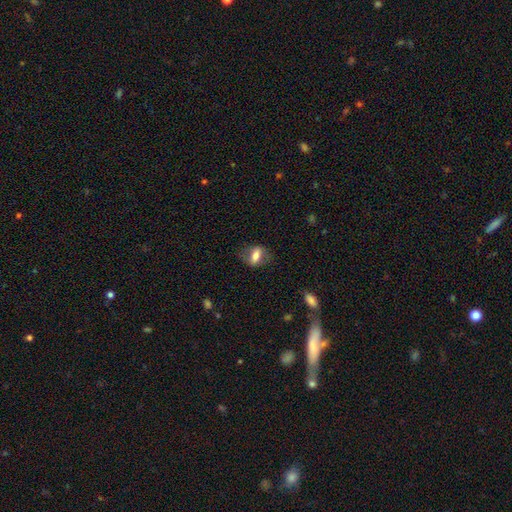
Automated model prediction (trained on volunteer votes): Morphology: type=smooth (60%); roundness=in between (75%); merging=none (70%).